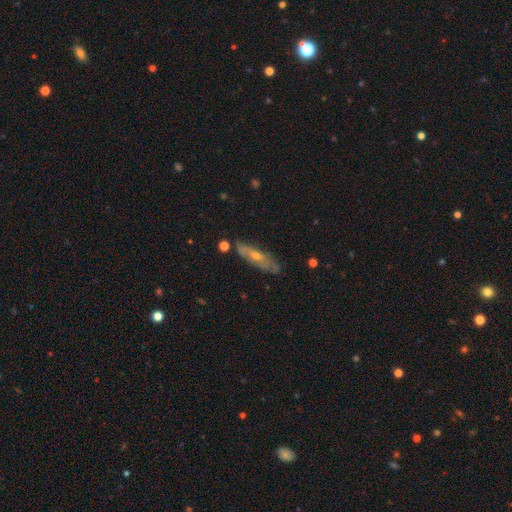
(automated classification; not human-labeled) Smooth or featured? featured or disk (57%)
Edge-on disk? no (56%)
Merging? none (77%)